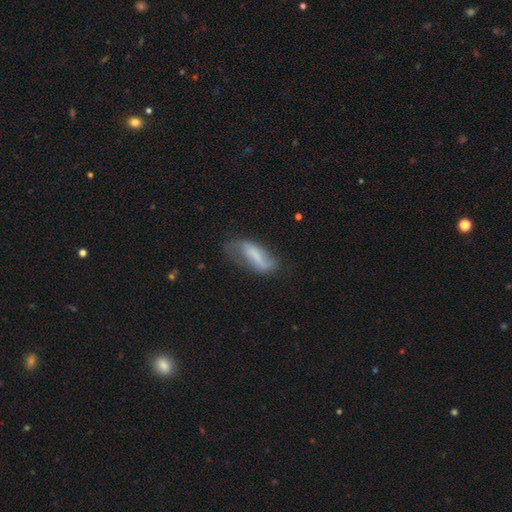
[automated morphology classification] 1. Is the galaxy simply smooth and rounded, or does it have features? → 48% featured or disk, 43% smooth, 9% star or artifact.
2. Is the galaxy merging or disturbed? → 43% none, 31% minor disturbance, 21% major disturbance, 4% merger.